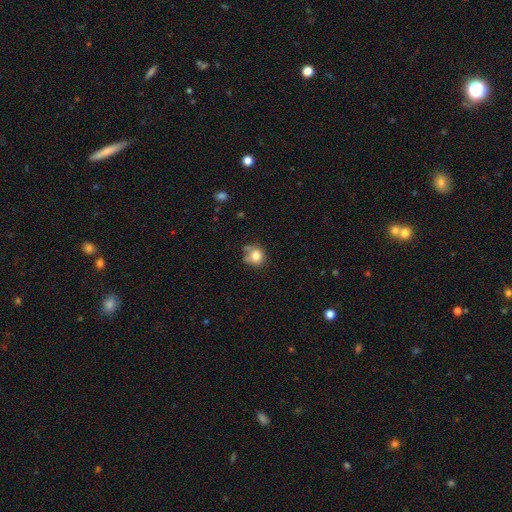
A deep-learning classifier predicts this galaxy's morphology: Smooth or featured: smooth — 79% (star or artifact — 11%)
How rounded: round — 83% (in between — 16%)
Merging: none — 59% (minor disturbance — 23%)